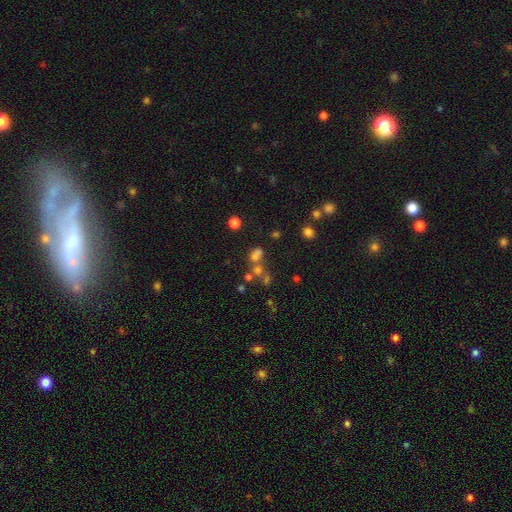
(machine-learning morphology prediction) This is possibly a smooth galaxy (58%). How rounded: likely round (61%). Merging: marginally merger (43%).